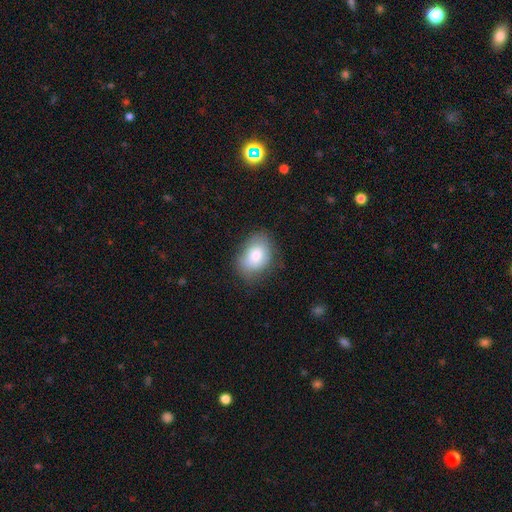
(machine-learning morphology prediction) A smooth galaxy with no disk features (78%) that is in between round and cigar-shaped (75%). Merging: none (70%).